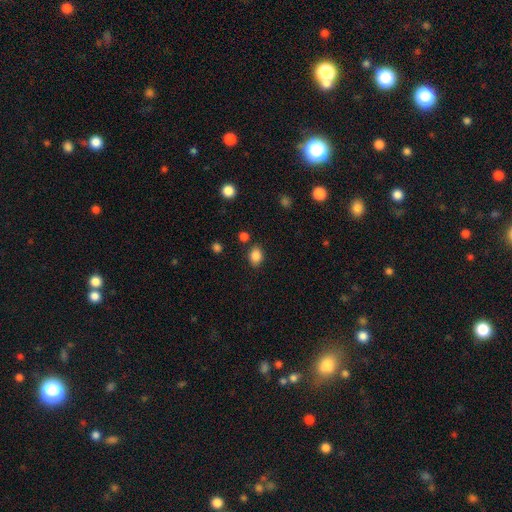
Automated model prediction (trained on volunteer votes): smooth_or_featured: smooth (p=0.85) [alt: star or artifact p=0.10]
how_rounded: in between (p=0.63) [alt: round p=0.36]
merging: none (p=0.82) [alt: minor disturbance p=0.11]